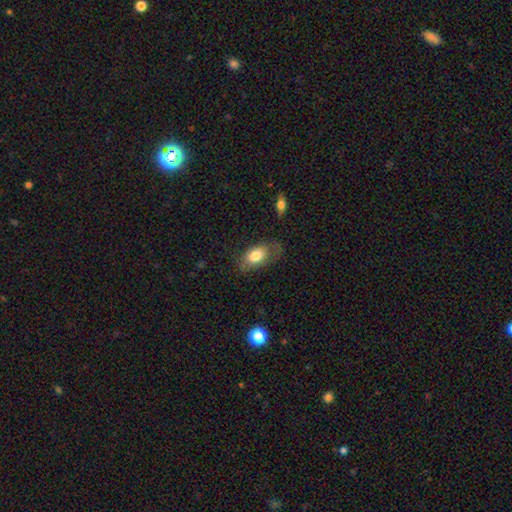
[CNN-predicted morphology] smooth_or_featured: smooth (p=0.75) [alt: featured or disk p=0.18]
how_rounded: in between (p=0.89) [alt: round p=0.09]
merging: none (p=0.58) [alt: minor disturbance p=0.25]